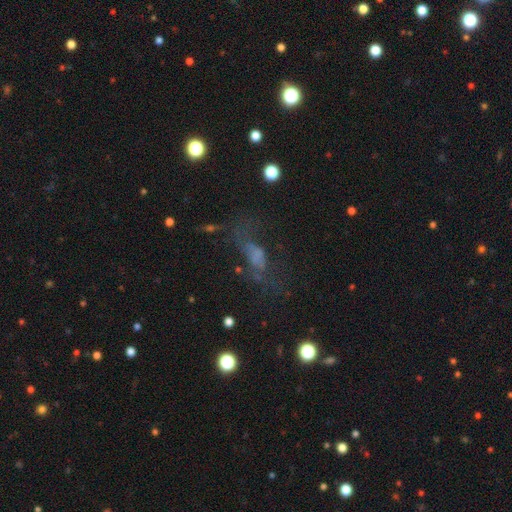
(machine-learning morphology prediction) Q: Smooth or featured?
A: featured or disk (39%); runner-up: smooth (38%)
Q: Merging?
A: none (41%); runner-up: major disturbance (35%)